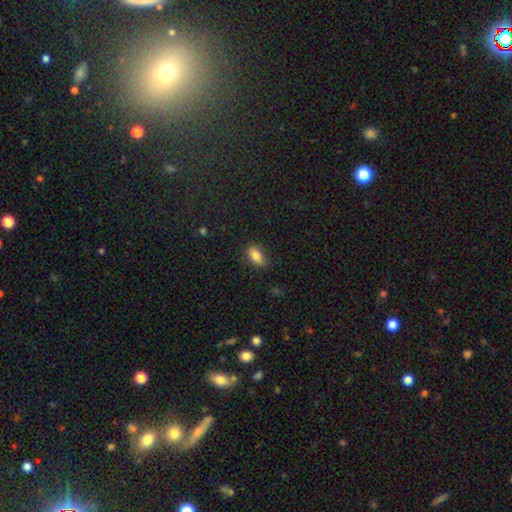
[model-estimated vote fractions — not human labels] This appears to be a smooth galaxy with no disk features (80%) that is in between round and cigar-shaped (87%). Merging: none (78%).